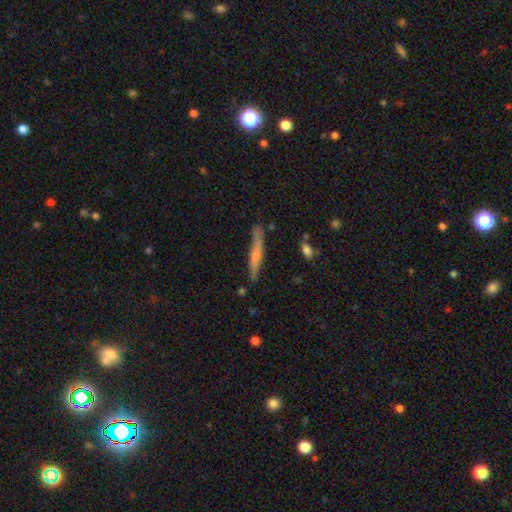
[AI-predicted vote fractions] Smooth or featured? featured or disk (55%)
Edge-on disk? yes (96%)
Edge-on bulge? rounded (67%)
Merging? none (83%)